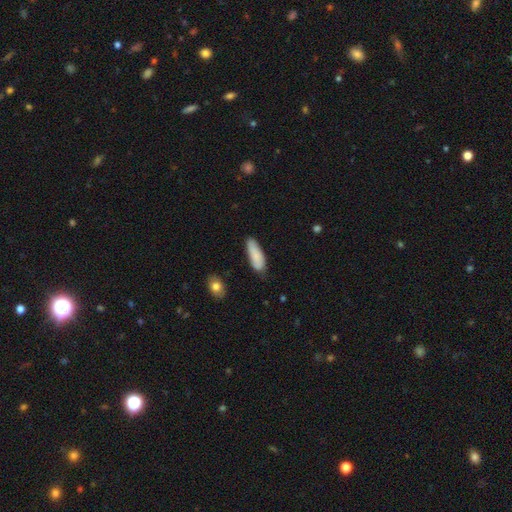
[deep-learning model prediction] This appears to be a smooth galaxy with no disk features (85%) that is in between round and cigar-shaped (56%). Merging: none (75%).